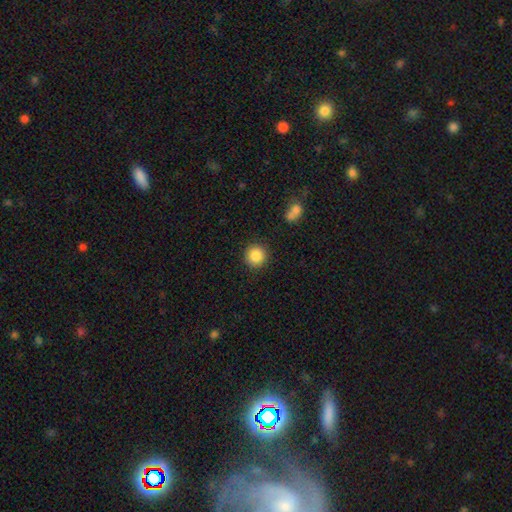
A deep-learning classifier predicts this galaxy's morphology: Q: Smooth or featured?
A: smooth (86%); runner-up: star or artifact (9%)
Q: How rounded?
A: round (93%); runner-up: in between (6%)
Q: Merging?
A: none (89%); runner-up: minor disturbance (7%)